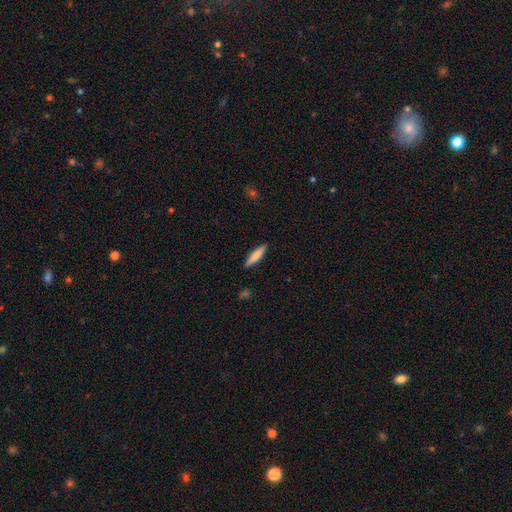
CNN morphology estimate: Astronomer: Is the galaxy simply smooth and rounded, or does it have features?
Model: smooth — 74%.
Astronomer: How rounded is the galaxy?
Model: cigar-shaped — 79%.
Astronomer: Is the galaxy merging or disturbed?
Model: none — 90%.